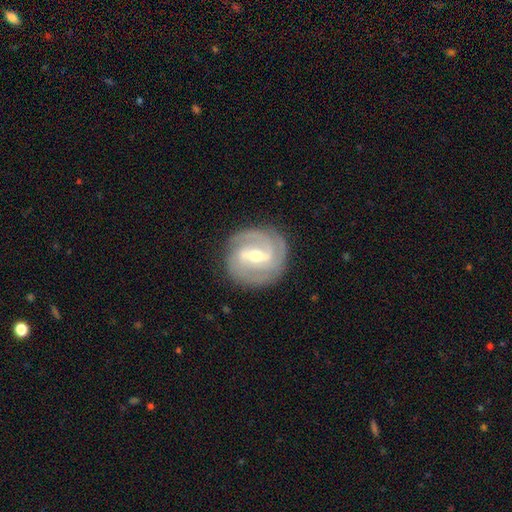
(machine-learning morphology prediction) smooth_or_featured: featured or disk (p=0.87) [alt: smooth p=0.09]
disk_edge_on: no (p=0.97) [alt: yes p=0.03]
bar: strong (p=0.48) [alt: weak p=0.43]
has_spiral_arms: yes (p=0.95) [alt: no p=0.05]
spiral_winding: tight (p=0.60) [alt: medium p=0.33]
spiral_arm_count: 2 (p=0.44) [alt: 3 p=0.29]
bulge_size: moderate (p=0.62) [alt: small p=0.31]
merging: none (p=0.82) [alt: minor disturbance p=0.12]